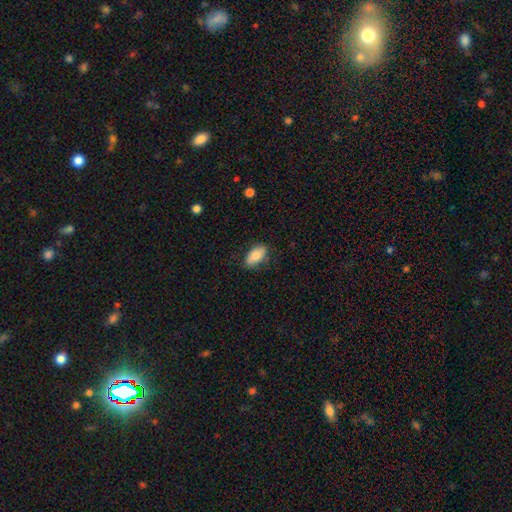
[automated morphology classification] Smooth or featured?
  - smooth: 77% *
  - featured or disk: 16%
  - star or artifact: 7%
How rounded?
  - in between: 91% *
  - round: 4%
  - cigar-shaped: 4%
Merging?
  - none: 80% *
  - minor disturbance: 16%
  - major disturbance: 3%
  - merger: 1%